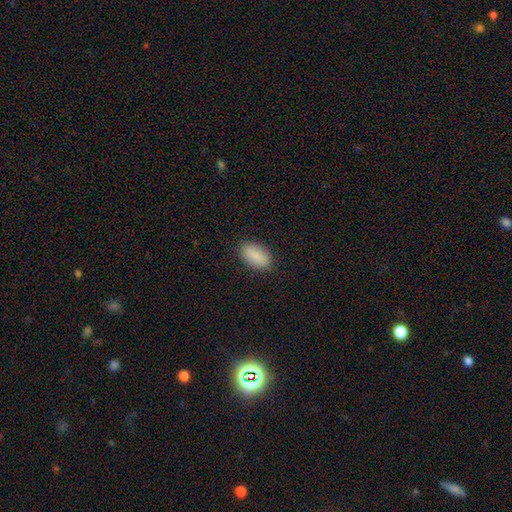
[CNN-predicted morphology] Smooth or featured: smooth — 89% (star or artifact — 7%)
How rounded: in between — 93% (round — 4%)
Merging: none — 87% (minor disturbance — 9%)